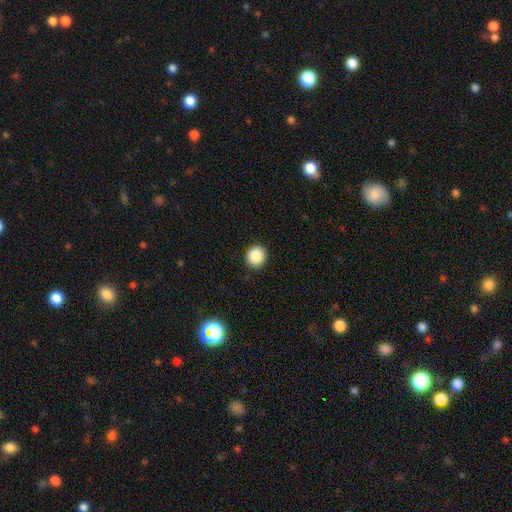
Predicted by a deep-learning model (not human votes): Smooth or featured? Predicted: smooth (p=0.88). How rounded? Predicted: round (p=0.81). Merging? Predicted: none (p=0.91).